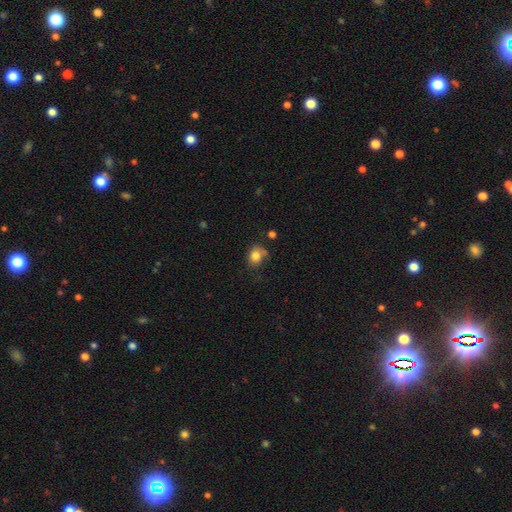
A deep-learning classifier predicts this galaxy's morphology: smooth-or-featured: smooth: 79% | featured or disk: 10% | star or artifact: 10%
  how-rounded: round: 57% | in between: 42% | cigar-shaped: 1%
  merging: none: 54% | minor disturbance: 26% | major disturbance: 12% | merger: 8%